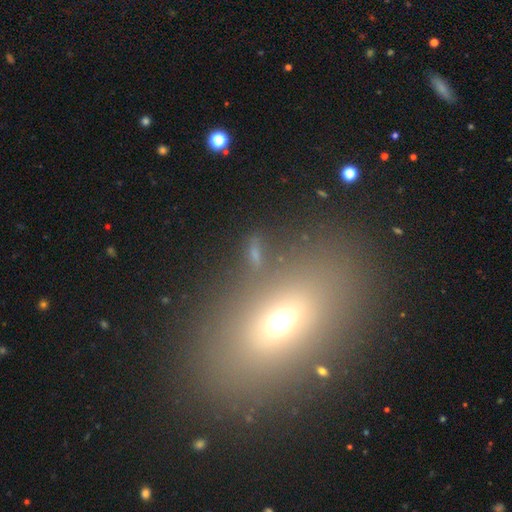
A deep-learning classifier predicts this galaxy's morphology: A smooth galaxy with no disk features (51%) that is in between round and cigar-shaped (65%).

Vote fractions:
- Smooth or featured? smooth: 51% / star or artifact: 30% / featured or disk: 19%
- How rounded? in between: 65% / round: 25% / cigar-shaped: 9%
- Merging? none: 72% / minor disturbance: 11% / merger: 9% / major disturbance: 8%